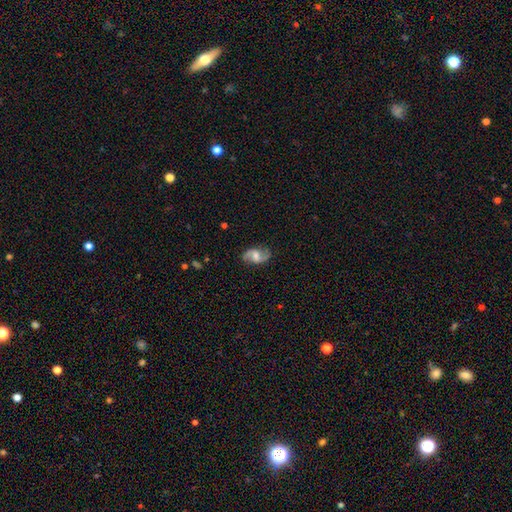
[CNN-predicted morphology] A featured or disk galaxy (81%) with a weak bar (49%), 2 (93%) loose (53%) spiral arms (95%) and a moderate central bulge (56%). Merging: none (83%).